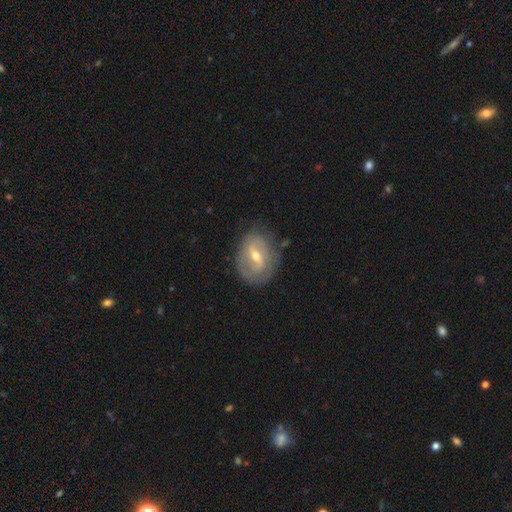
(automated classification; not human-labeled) This is likely a featured or disk galaxy (74%). It is clearly not viewed edge-on (95%). Bar: possibly weak (48%). Spiral arm pattern: likely yes (73%). Spiral arm count: likely 2 (61%). Spiral winding: possibly tight (45%). Central bulge: possibly moderate (60%). Merging: likely none (71%).